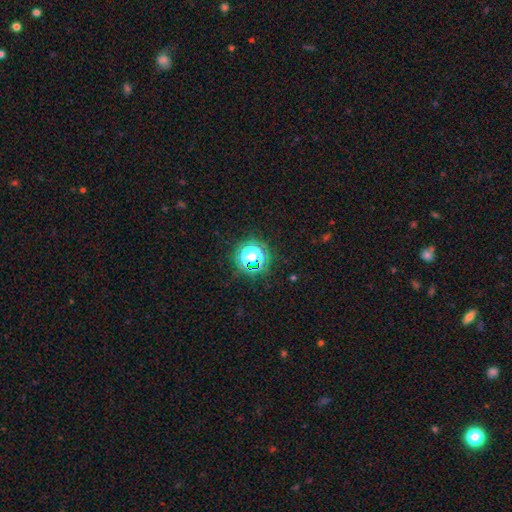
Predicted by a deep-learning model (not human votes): smooth-or-featured: star or artifact: 74% | smooth: 19% | featured or disk: 6%